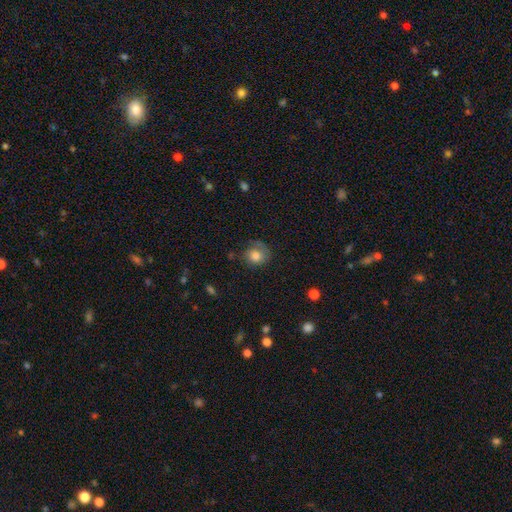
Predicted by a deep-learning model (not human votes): The model was most divided on "merging": none: 57%, minor disturbance: 26%, major disturbance: 15%, merger: 3%. More confident: smooth or featured — smooth (77%); how rounded — round (75%).